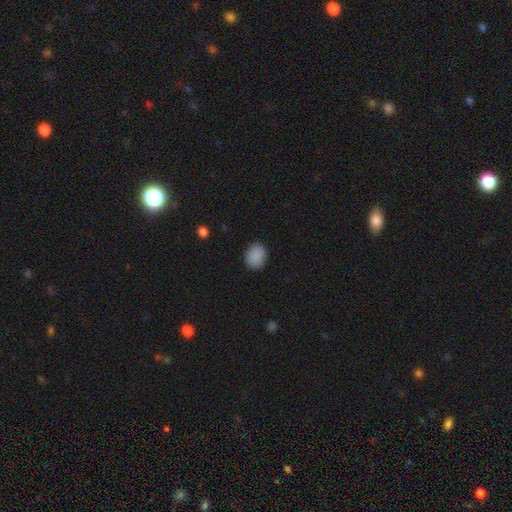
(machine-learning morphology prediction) Smooth or featured?
  - smooth: 88% *
  - star or artifact: 9%
  - featured or disk: 3%
How rounded?
  - round: 57% *
  - in between: 42%
  - cigar-shaped: 1%
Merging?
  - none: 86% *
  - minor disturbance: 11%
  - major disturbance: 2%
  - merger: 1%